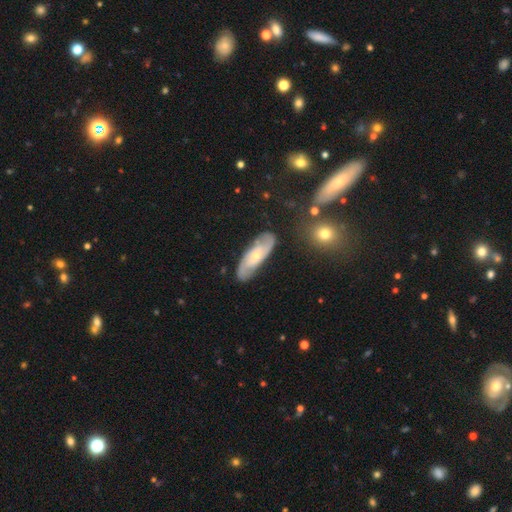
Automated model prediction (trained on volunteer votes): This appears to be a featured or disk galaxy (69%) with no bar (66%), 2 (68%) tight (43%) spiral arms (89%) and a small central bulge (68%). Merging: none (79%).